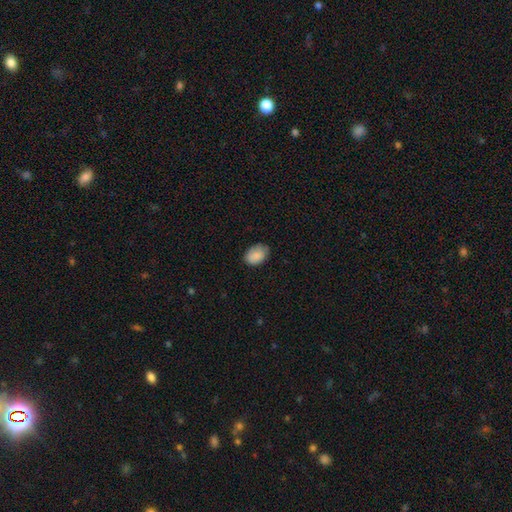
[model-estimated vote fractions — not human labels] Overall: smooth (89%). How rounded: in between (83%). Merging: none (74%).